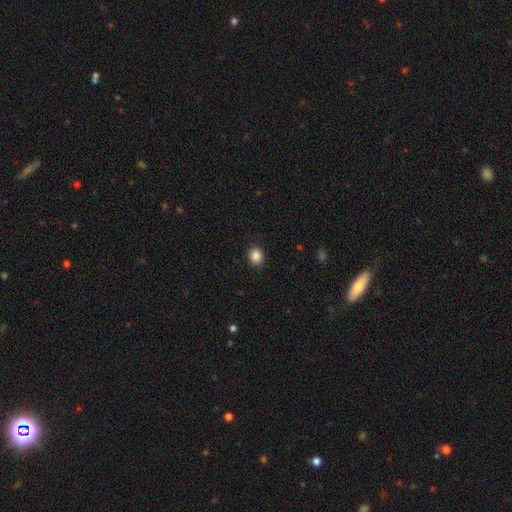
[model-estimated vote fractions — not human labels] Smooth or featured: smooth — 88% (star or artifact — 9%)
How rounded: round — 68% (in between — 31%)
Merging: none — 90% (minor disturbance — 7%)